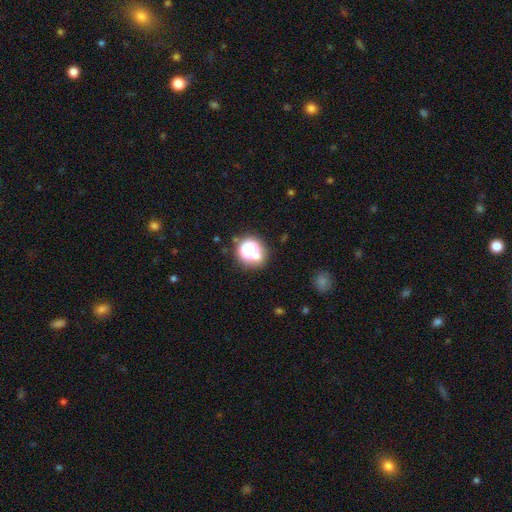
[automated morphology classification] Smooth or featured: smooth — 46% (star or artifact — 43%)
Merging: none — 68% (minor disturbance — 13%)